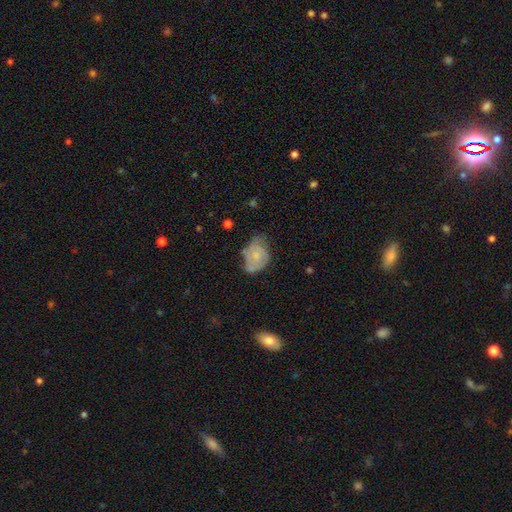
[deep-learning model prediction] Smooth or featured? featured or disk (48%)
Merging? none (42%)